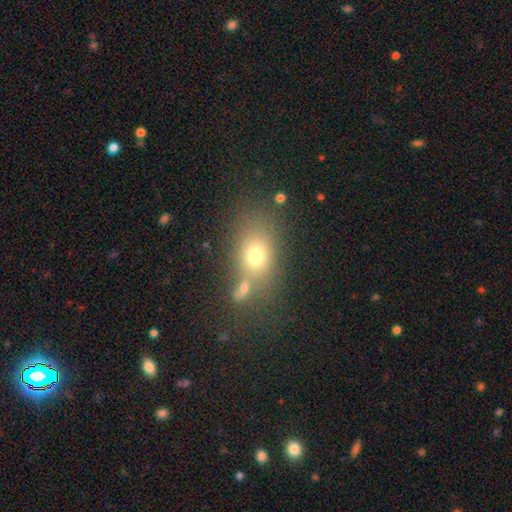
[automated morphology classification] Smooth or featured? Predicted: smooth (p=0.70). How rounded? Predicted: in between (p=0.69). Merging? Predicted: none (p=0.55).